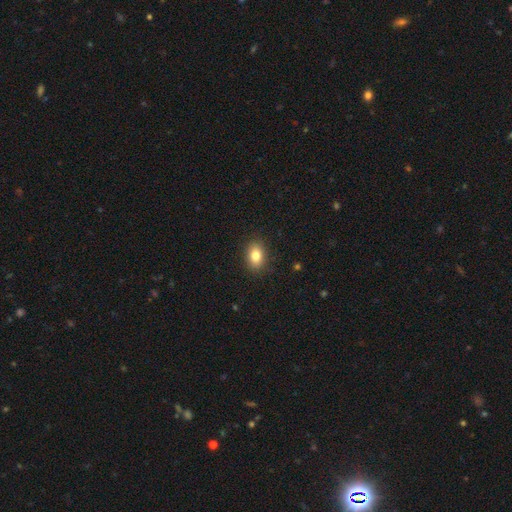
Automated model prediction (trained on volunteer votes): A smooth galaxy with no disk features (82%) that is in between round and cigar-shaped (77%). Merging: none (89%).